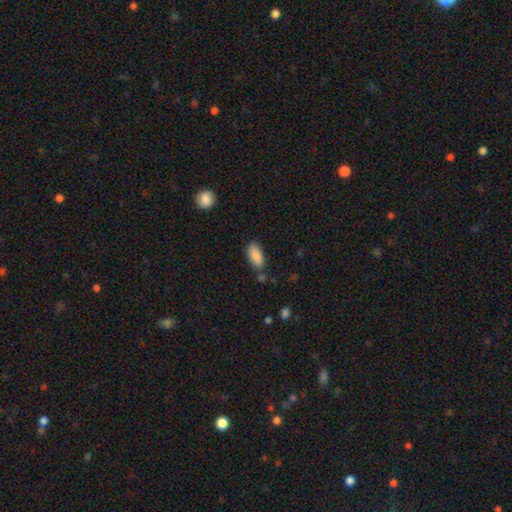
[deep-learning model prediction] A smooth galaxy with no disk features (88%) that is in between round and cigar-shaped (88%). Merging: none (70%).